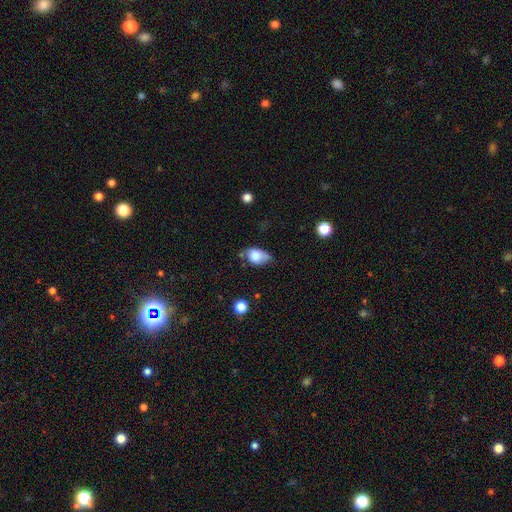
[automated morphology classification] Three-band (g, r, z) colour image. It shows a smooth galaxy with no disk features (75%) that is in between round and cigar-shaped (82%). Merging: none (45%).